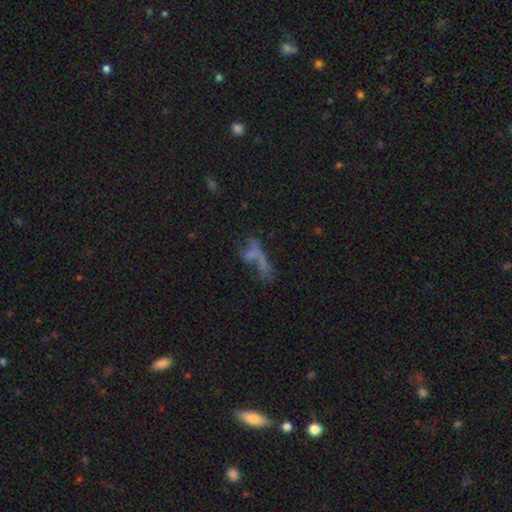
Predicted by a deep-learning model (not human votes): A smooth galaxy with no disk features (39%).

Vote fractions:
- Smooth or featured? smooth: 39% / featured or disk: 38% / star or artifact: 23%
- Merging? major disturbance: 31% / none: 28% / merger: 27% / minor disturbance: 14%